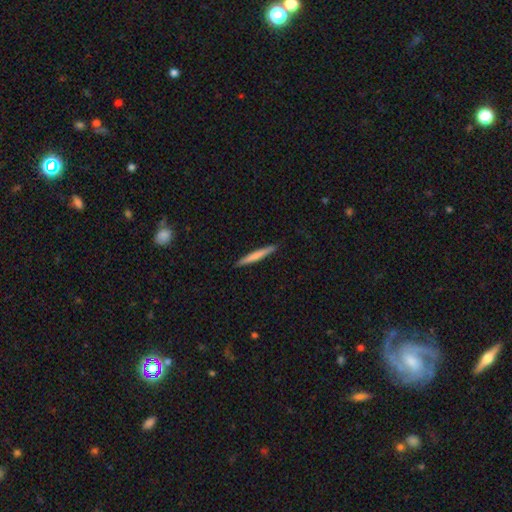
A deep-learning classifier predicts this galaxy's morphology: The model was most divided on "smooth or featured": smooth: 67%, featured or disk: 28%, star or artifact: 5%. More confident: how rounded — cigar-shaped (96%); merging — none (91%).